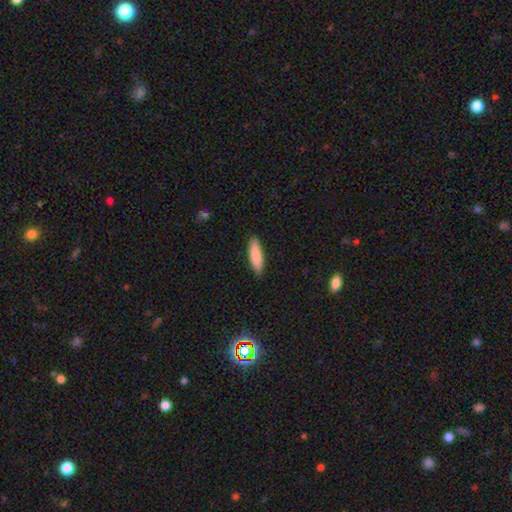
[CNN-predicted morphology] This appears to be a smooth galaxy with no disk features (85%) that is cigar-shaped (63%). Merging: none (89%).